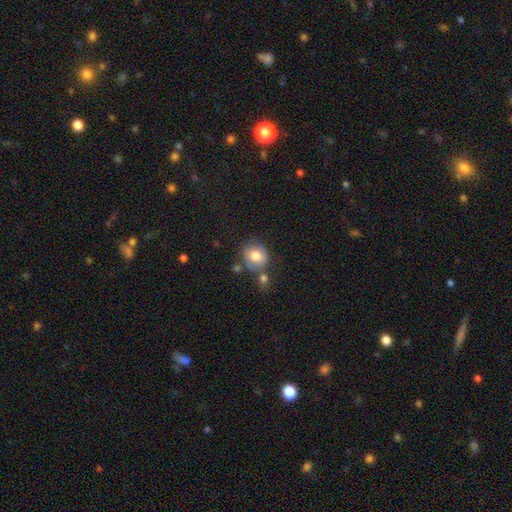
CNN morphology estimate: smooth-or-featured: smooth: 73% | featured or disk: 19% | star or artifact: 9%
  how-rounded: round: 70% | in between: 29% | cigar-shaped: 1%
  merging: none: 60% | minor disturbance: 18% | merger: 16% | major disturbance: 7%